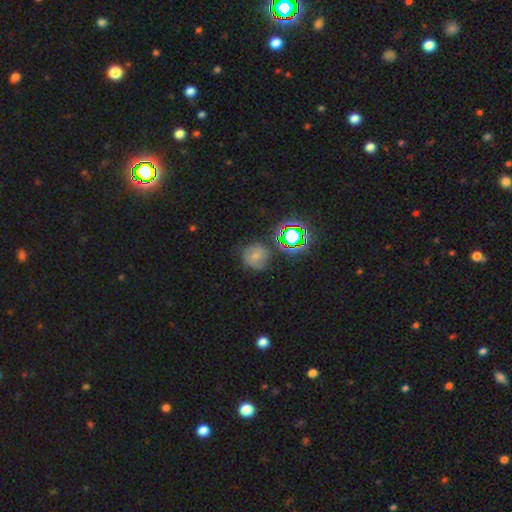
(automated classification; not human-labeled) Q: Smooth or featured?
A: smooth (53%); runner-up: star or artifact (25%)
Q: How rounded?
A: round (86%); runner-up: in between (13%)
Q: Merging?
A: none (65%); runner-up: minor disturbance (20%)